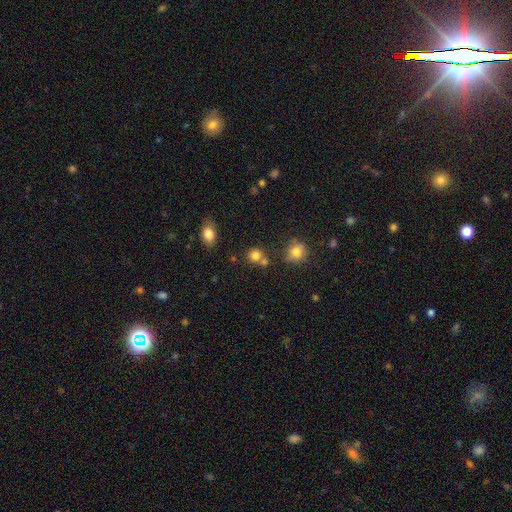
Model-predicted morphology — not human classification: type=smooth (80%); roundness=round (86%); merging=none (64%).